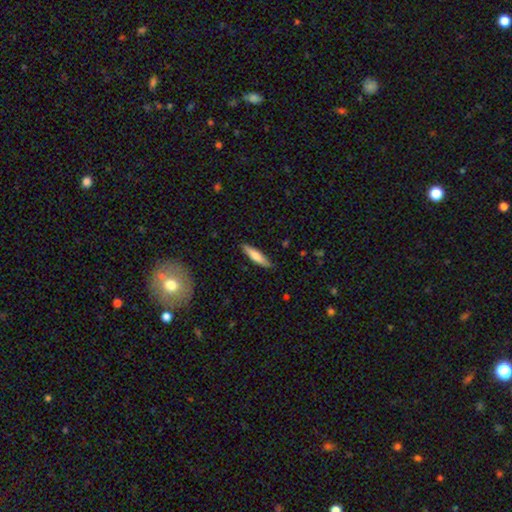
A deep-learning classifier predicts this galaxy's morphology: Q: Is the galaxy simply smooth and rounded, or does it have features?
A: smooth — 72%.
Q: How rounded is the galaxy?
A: cigar-shaped — 78%.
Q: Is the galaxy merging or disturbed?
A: none — 87%.